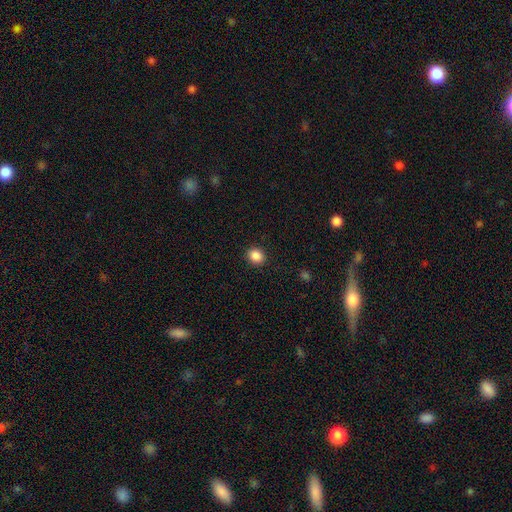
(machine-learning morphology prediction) Smooth or featured? smooth (87%)
How rounded? round (76%)
Merging? none (91%)